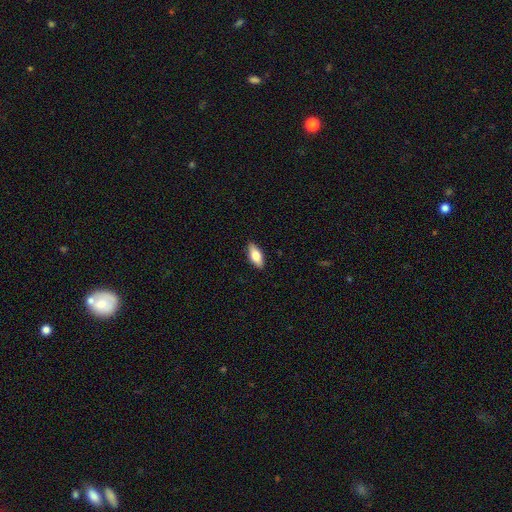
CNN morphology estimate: A smooth galaxy with no disk features (73%) that is in between round and cigar-shaped (81%). Merging: none (89%).